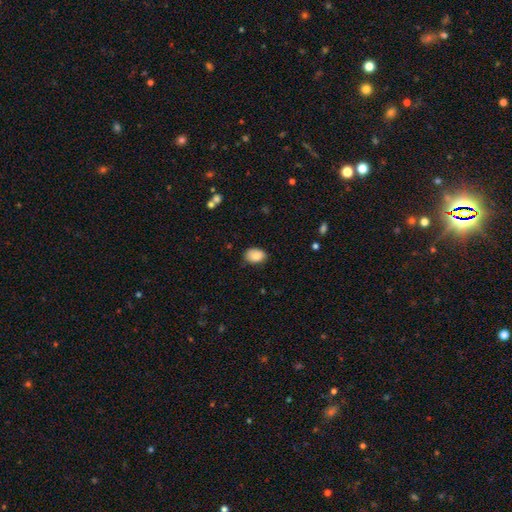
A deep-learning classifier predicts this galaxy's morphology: Smooth or featured?
  - smooth: 87% *
  - star or artifact: 7%
  - featured or disk: 6%
How rounded?
  - in between: 81% *
  - round: 18%
  - cigar-shaped: 1%
Merging?
  - none: 78% *
  - minor disturbance: 18%
  - major disturbance: 3%
  - merger: 1%